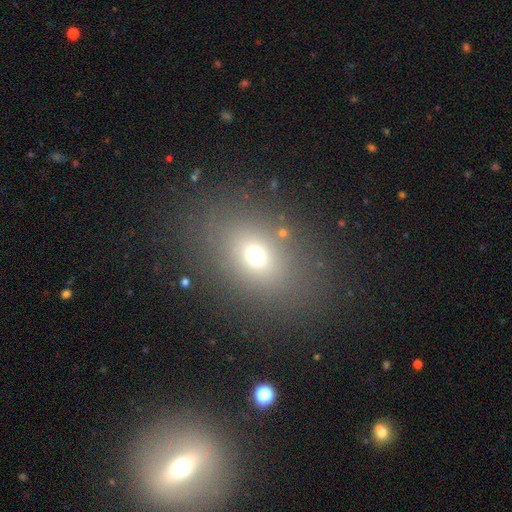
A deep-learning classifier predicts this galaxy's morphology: A smooth galaxy with no disk features (67%) that is in between round and cigar-shaped (61%).

Vote fractions:
- Smooth or featured? smooth: 67% / star or artifact: 20% / featured or disk: 13%
- How rounded? in between: 61% / round: 37% / cigar-shaped: 2%
- Merging? none: 83% / minor disturbance: 9% / major disturbance: 6% / merger: 2%